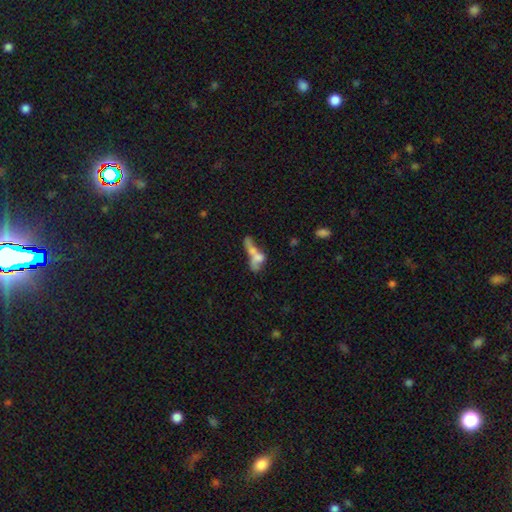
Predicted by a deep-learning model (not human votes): This appears to be a smooth galaxy with no disk features (50%). Merging: merger (58%).